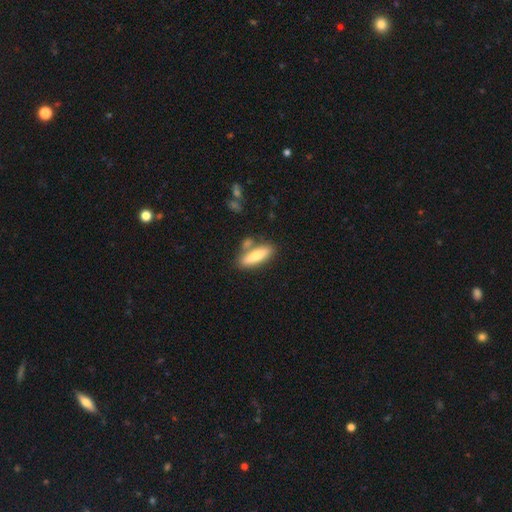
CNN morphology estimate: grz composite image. It shows a smooth galaxy with no disk features (74%) that is cigar-shaped (60%). Merging: none (69%).